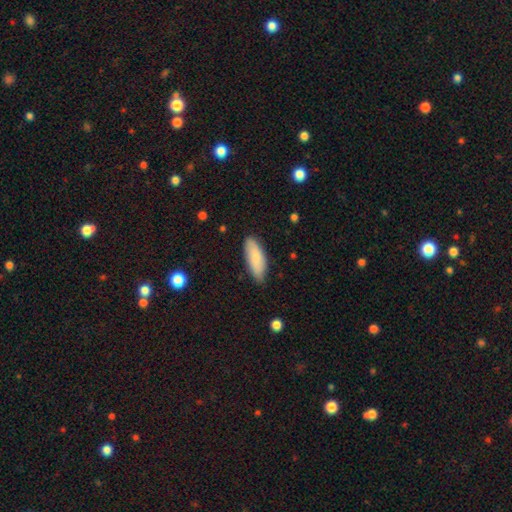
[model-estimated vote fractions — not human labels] Smooth or featured? smooth (80%)
How rounded? in between (69%)
Merging? none (82%)